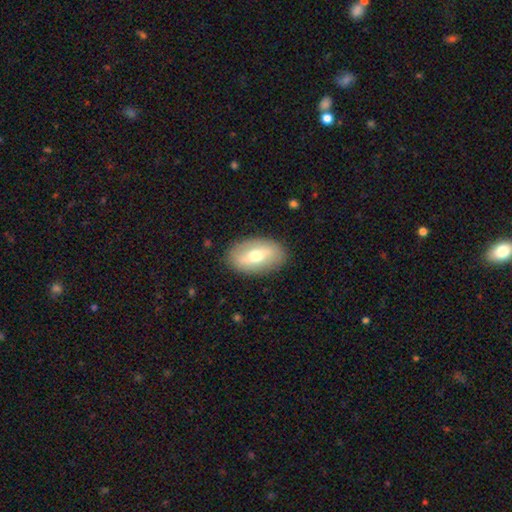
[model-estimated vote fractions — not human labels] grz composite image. It shows a smooth galaxy with no disk features (53%) that is in between round and cigar-shaped (90%). Merging: none (86%).